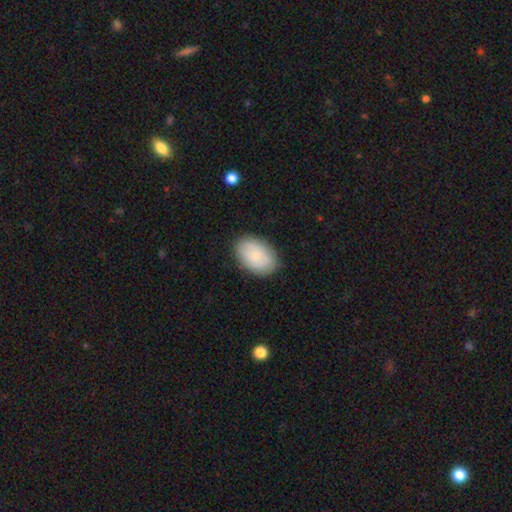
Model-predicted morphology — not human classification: This appears to be a smooth galaxy with no disk features (76%) that is in between round and cigar-shaped (88%). Merging: none (84%).